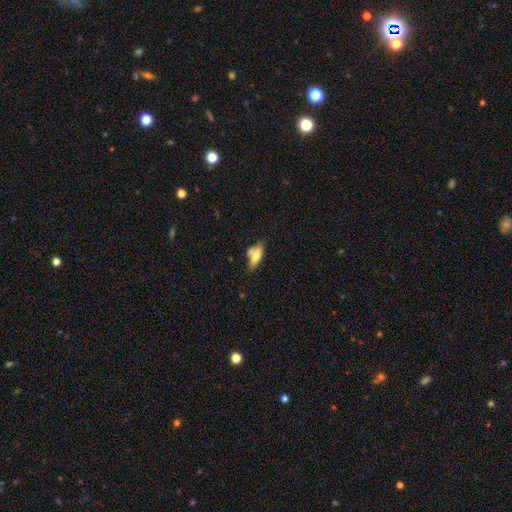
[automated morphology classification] The model was most divided on "smooth or featured": smooth: 60%, featured or disk: 33%, star or artifact: 7%. More confident: how rounded — in between (63%); merging — none (54%).